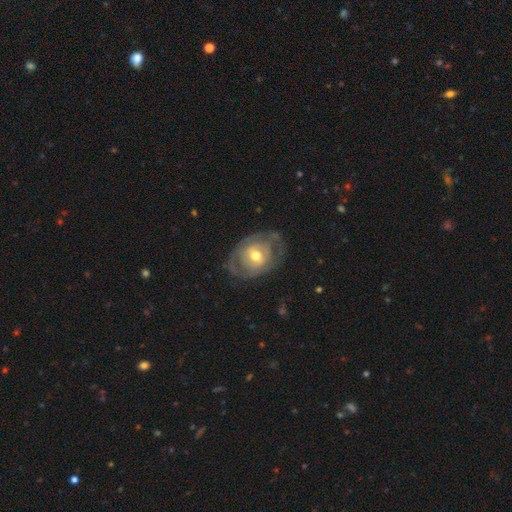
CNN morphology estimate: Smooth or featured? featured or disk (71%)
Edge-on disk? no (95%)
Bar? no (62%)
Spiral arms? yes (58%)
Bulge size? moderate (72%)
Merging? none (66%)